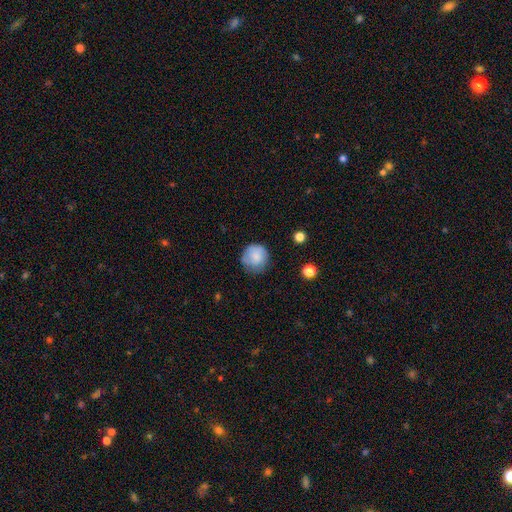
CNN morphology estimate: type=smooth (79%); roundness=round (91%); merging=none (71%).